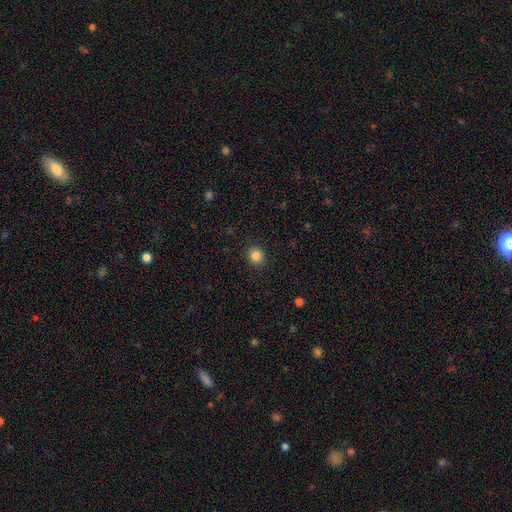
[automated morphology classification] Overall: smooth (85%). How rounded: round (90%). Merging: none (92%).